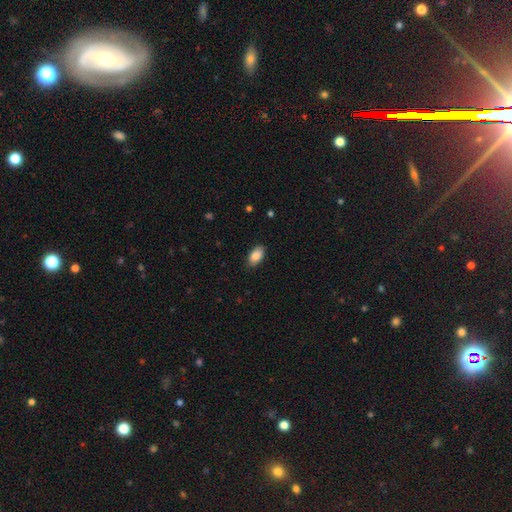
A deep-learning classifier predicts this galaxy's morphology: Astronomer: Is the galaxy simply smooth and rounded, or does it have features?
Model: smooth — 87%.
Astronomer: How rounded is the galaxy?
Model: in between — 94%.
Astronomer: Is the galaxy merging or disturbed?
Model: none — 86%.